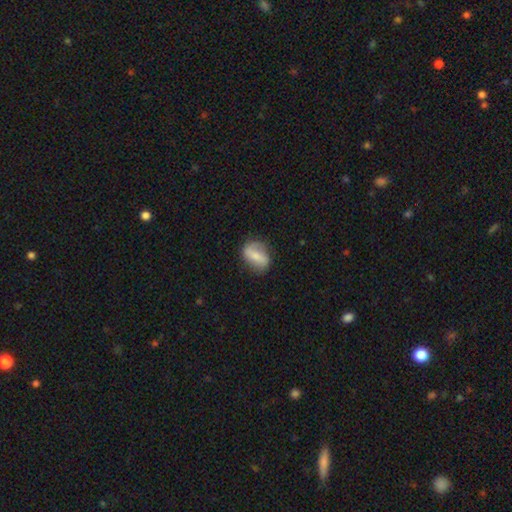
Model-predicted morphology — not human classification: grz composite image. It shows a smooth galaxy with no disk features (52%) that is in between round and cigar-shaped (73%). Merging: none (69%).